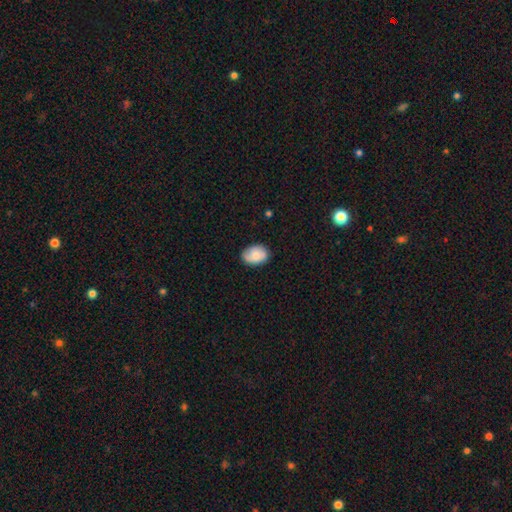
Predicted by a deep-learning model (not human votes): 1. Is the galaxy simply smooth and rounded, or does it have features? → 73% smooth, 20% featured or disk, 7% star or artifact.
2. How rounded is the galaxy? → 76% in between, 23% round, 1% cigar-shaped.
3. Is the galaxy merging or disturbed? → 80% none, 16% minor disturbance, 3% major disturbance, 1% merger.